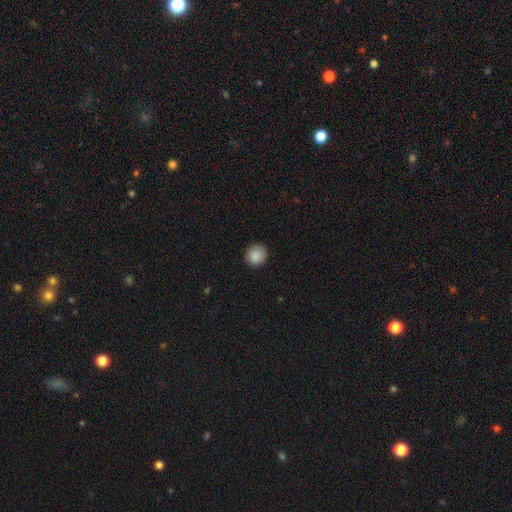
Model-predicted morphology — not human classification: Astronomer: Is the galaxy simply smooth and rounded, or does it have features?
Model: smooth — 88%.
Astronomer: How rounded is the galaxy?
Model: round — 91%.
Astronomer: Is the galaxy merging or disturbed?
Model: none — 87%.